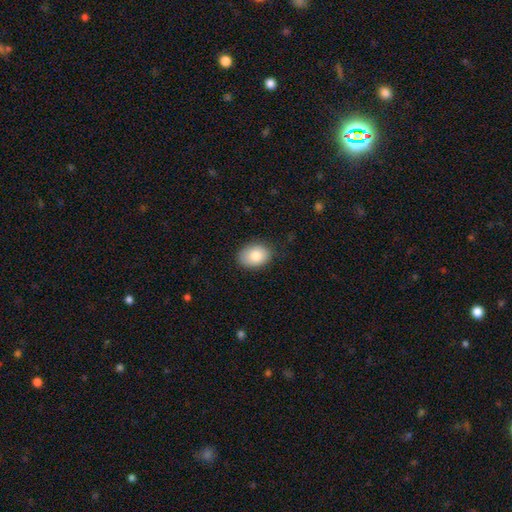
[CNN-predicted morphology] A smooth galaxy with no disk features (82%) that is in between round and cigar-shaped (71%).

Vote fractions:
- Smooth or featured? smooth: 82% / featured or disk: 11% / star or artifact: 8%
- How rounded? in between: 71% / round: 28% / cigar-shaped: 1%
- Merging? none: 84% / minor disturbance: 12% / major disturbance: 2% / merger: 1%